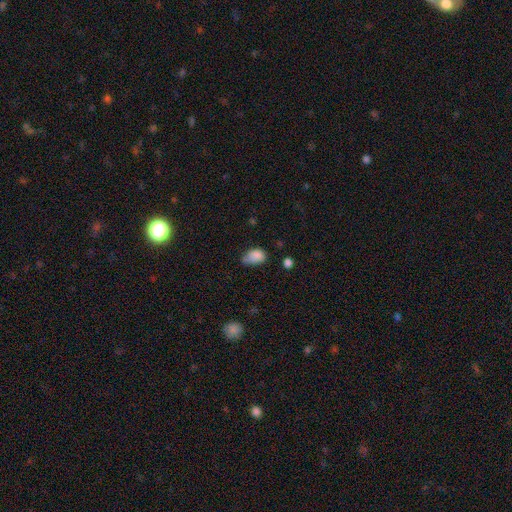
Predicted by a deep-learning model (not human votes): A smooth galaxy with no disk features (82%) that is in between round and cigar-shaped (81%).

Vote fractions:
- Smooth or featured? smooth: 82% / star or artifact: 10% / featured or disk: 8%
- How rounded? in between: 81% / round: 17% / cigar-shaped: 2%
- Merging? minor disturbance: 40% (tied) / none: 40% (tied) / major disturbance: 12% / merger: 8%